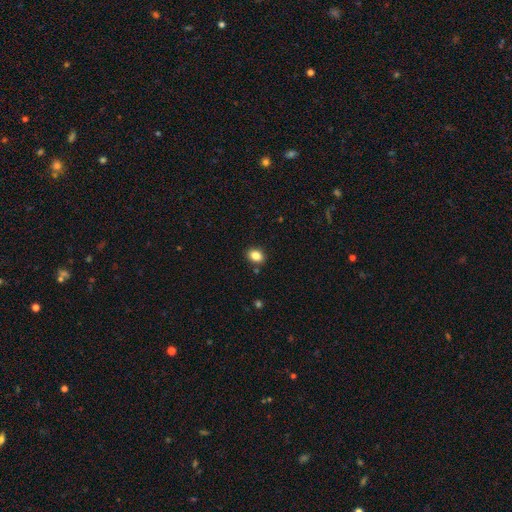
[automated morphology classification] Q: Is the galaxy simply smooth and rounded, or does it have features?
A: smooth — 85%.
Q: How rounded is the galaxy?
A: in between — 61%.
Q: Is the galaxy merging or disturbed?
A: none — 86%.